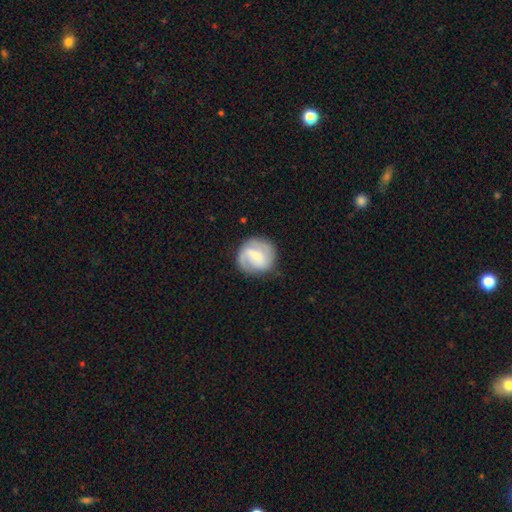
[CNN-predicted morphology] smooth-or-featured: featured or disk: 65% | smooth: 29% | star or artifact: 6%
  disk-edge-on: no: 98% | yes: 2%
    bar: weak: 50% | no: 28% | strong: 22%
    has-spiral-arms: yes: 86% | no: 14%
      spiral-winding: medium: 43% | tight: 34% | loose: 23%
      spiral-arm-count: 2: 67% | can't tell: 16% | 1: 7% | 3: 6% | 4: 2% | more than 4: 2%
    bulge-size: small: 60% | moderate: 32% | none: 4% | large: 3% | dominant: 1%
  merging: none: 77% | minor disturbance: 15% | major disturbance: 7% | merger: 1%